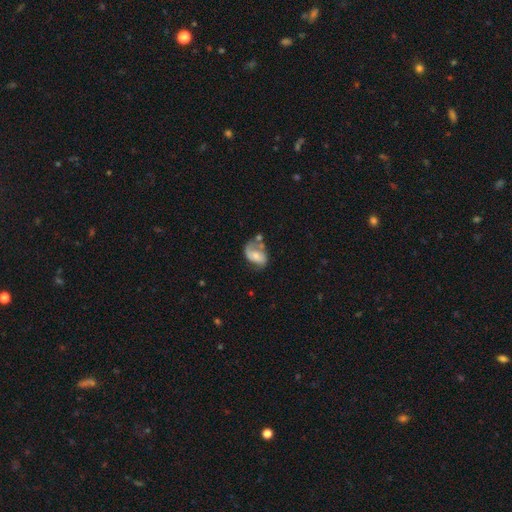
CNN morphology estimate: Smooth or featured?
  - featured or disk: 50% *
  - smooth: 42%
  - star or artifact: 8%
Edge-on disk?
  - no: 96% *
  - yes: 4%
Merging?
  - none: 34% *
  - minor disturbance: 28%
  - major disturbance: 21%
  - merger: 17%